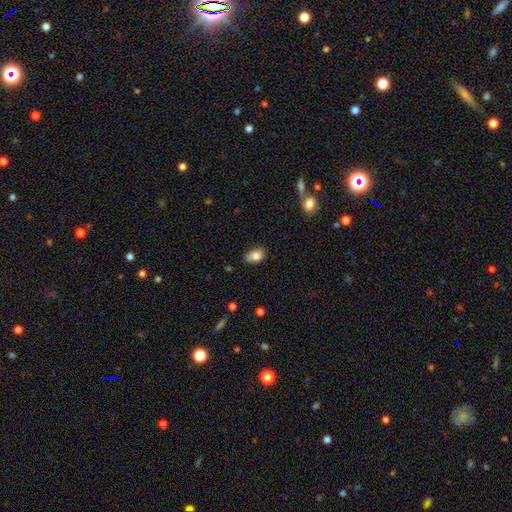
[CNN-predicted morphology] smooth 83%, star or artifact 9%, featured or disk 8%. Down the decision tree: how rounded — in between (86%); merging — none (68%).